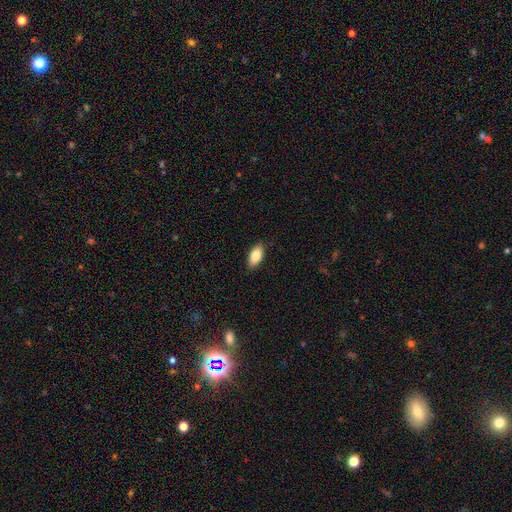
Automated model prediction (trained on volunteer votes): Smooth or featured? smooth (83%)
How rounded? in between (91%)
Merging? none (88%)